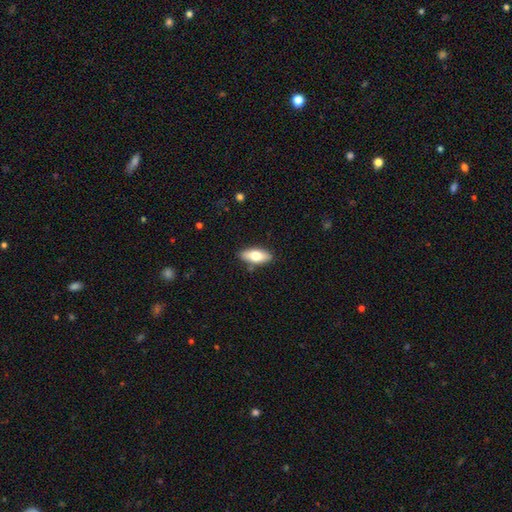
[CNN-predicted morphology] smooth-or-featured: smooth: 71% | featured or disk: 23% | star or artifact: 6%
  how-rounded: in between: 81% | cigar-shaped: 16% | round: 3%
  merging: none: 87% | minor disturbance: 10% | major disturbance: 2% | merger: 2%